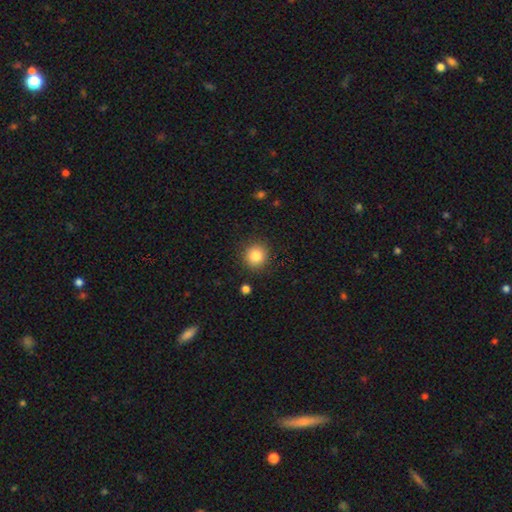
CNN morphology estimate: type=smooth (84%); roundness=round (91%); merging=none (89%).